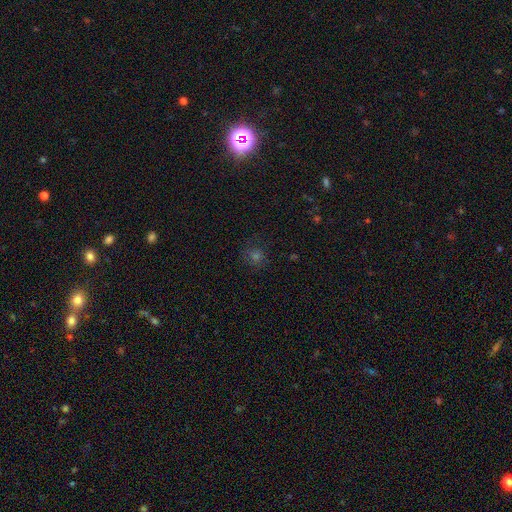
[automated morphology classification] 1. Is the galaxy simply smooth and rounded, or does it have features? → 50% smooth, 39% star or artifact, 12% featured or disk.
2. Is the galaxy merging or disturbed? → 82% none, 11% minor disturbance, 5% major disturbance, 2% merger.